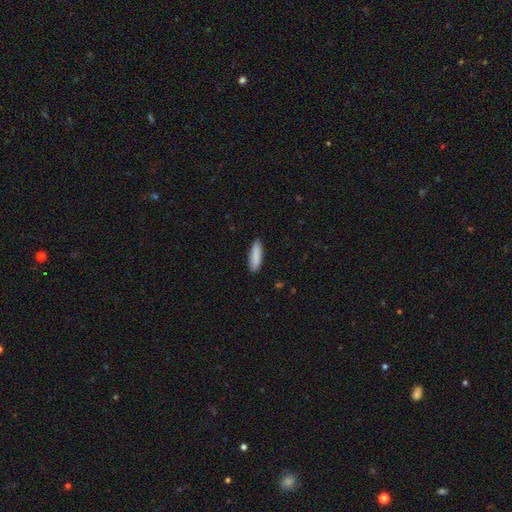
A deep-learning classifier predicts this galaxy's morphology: smooth_or_featured: smooth (p=0.88) [alt: featured or disk p=0.07]
how_rounded: cigar-shaped (p=0.61) [alt: in between p=0.38]
merging: none (p=0.87) [alt: minor disturbance p=0.10]